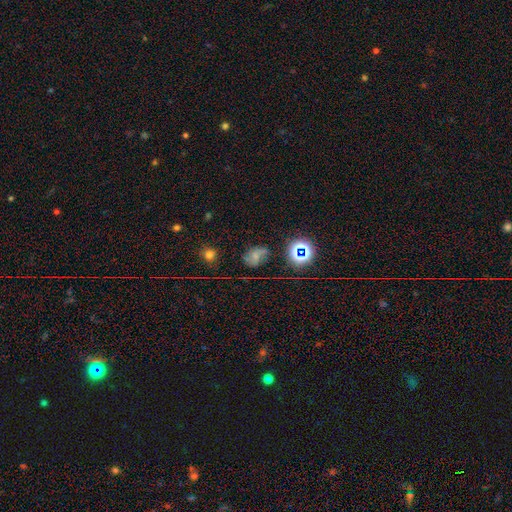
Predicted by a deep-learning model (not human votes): A smooth galaxy with no disk features (43%). Merging: none (59%).